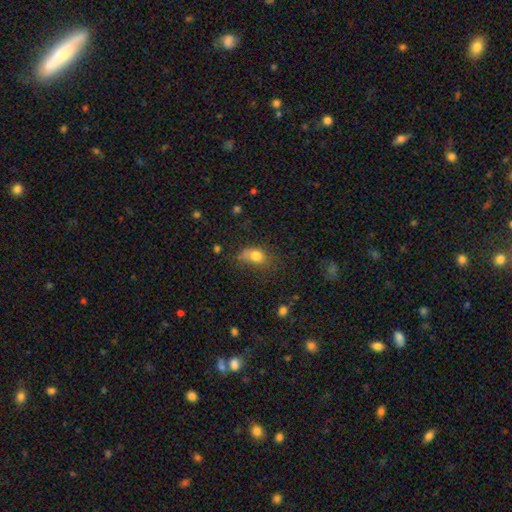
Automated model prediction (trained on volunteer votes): Morphology: type=smooth (77%); roundness=in between (68%); merging=none (41%).